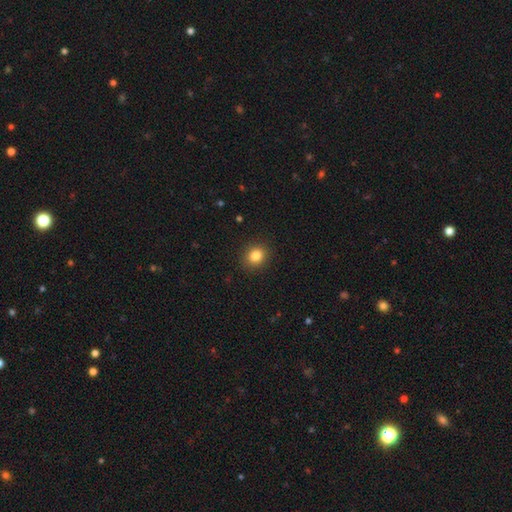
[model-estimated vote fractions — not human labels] Smooth or featured: smooth — 83% (star or artifact — 11%)
How rounded: round — 77% (in between — 22%)
Merging: none — 90% (minor disturbance — 7%)